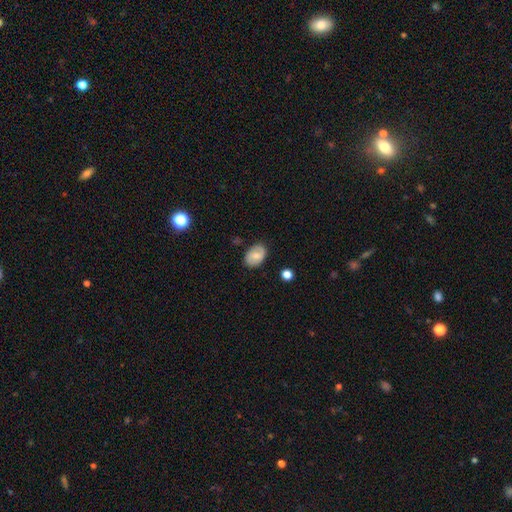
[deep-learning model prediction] smooth 68%, featured or disk 24%, star or artifact 8%. Down the decision tree: how rounded — in between (83%); merging — none (81%).